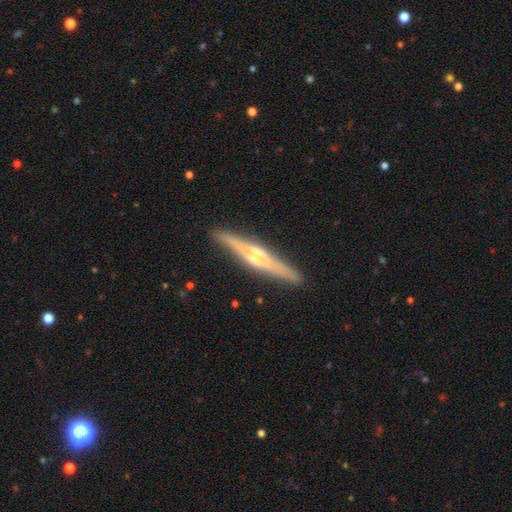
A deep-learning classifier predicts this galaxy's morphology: Smooth or featured? featured or disk (77%)
Edge-on disk? yes (97%)
Edge-on bulge? rounded (66%)
Merging? none (88%)